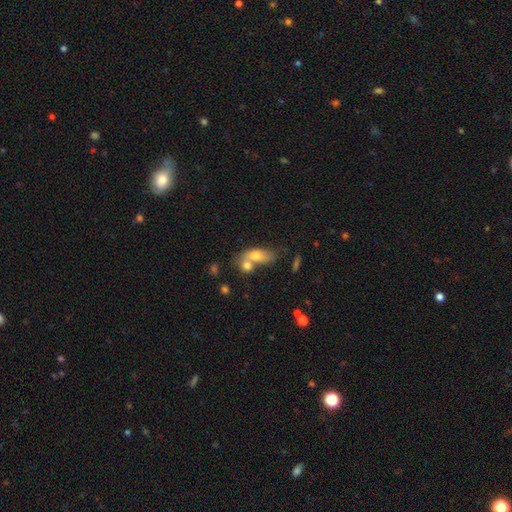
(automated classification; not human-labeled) This appears to be a smooth galaxy with no disk features (70%) that is in between round and cigar-shaped (76%). Merging: merger (59%).